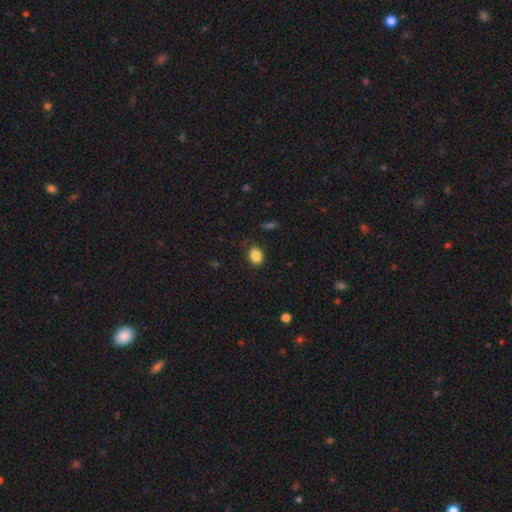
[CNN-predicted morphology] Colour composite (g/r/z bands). It shows a smooth galaxy with no disk features (86%) that is in between round and cigar-shaped (62%). Merging: none (84%).